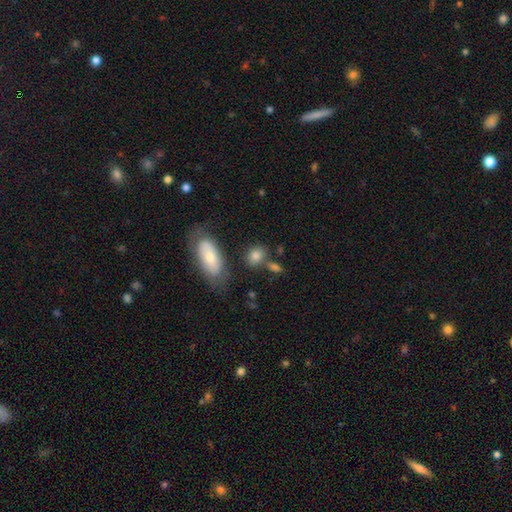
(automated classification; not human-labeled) A smooth galaxy with no disk features (82%) that is in between round and cigar-shaped (58%).

Vote fractions:
- Smooth or featured? smooth: 82% / featured or disk: 9% / star or artifact: 9%
- How rounded? in between: 58% / round: 39% / cigar-shaped: 4%
- Merging? none: 65% / merger: 16% / minor disturbance: 14% / major disturbance: 5%